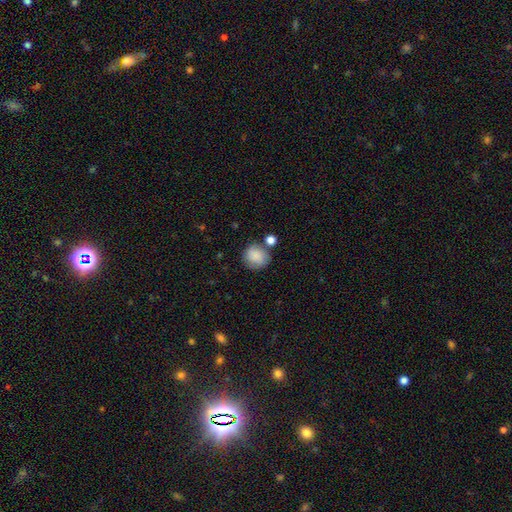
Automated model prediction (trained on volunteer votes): The model was most divided on "merging": none: 67%, minor disturbance: 17%, merger: 10%, major disturbance: 6%. More confident: smooth or featured — smooth (82%); how rounded — round (80%).